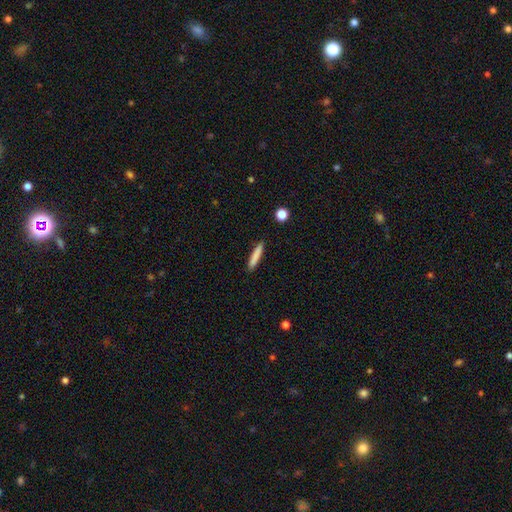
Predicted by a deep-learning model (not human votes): This is clearly a smooth galaxy (81%). How rounded: clearly cigar-shaped (93%). Merging: clearly none (90%).